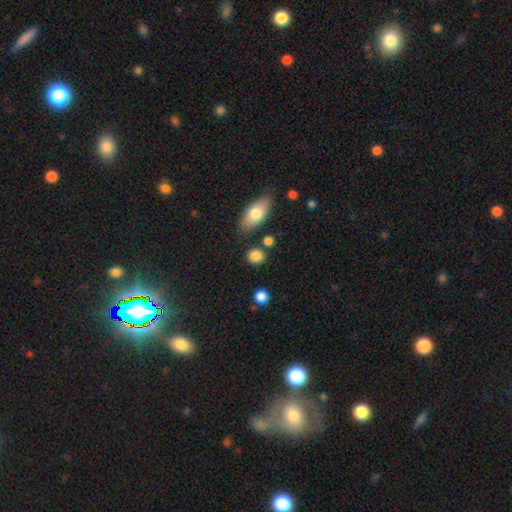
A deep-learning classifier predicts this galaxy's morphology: Smooth or featured?
  - smooth: 86% *
  - star or artifact: 9%
  - featured or disk: 6%
How rounded?
  - round: 81% *
  - in between: 17%
  - cigar-shaped: 2%
Merging?
  - none: 81% *
  - minor disturbance: 10%
  - merger: 7%
  - major disturbance: 3%